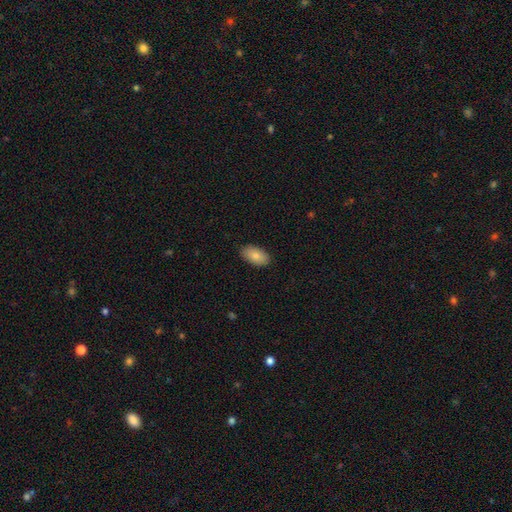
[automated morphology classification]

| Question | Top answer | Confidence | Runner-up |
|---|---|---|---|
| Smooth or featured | smooth | 83% | featured or disk (10%) |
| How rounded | in between | 95% | round (3%) |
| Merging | none | 88% | minor disturbance (9%) |